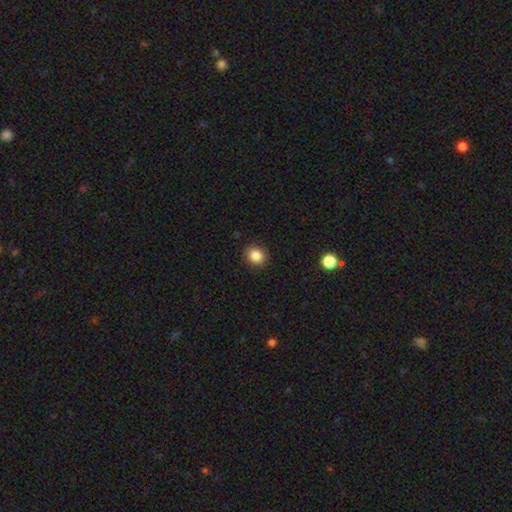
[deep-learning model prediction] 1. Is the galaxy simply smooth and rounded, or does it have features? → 86% smooth, 10% star or artifact, 4% featured or disk.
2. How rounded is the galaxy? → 77% round, 22% in between, 1% cigar-shaped.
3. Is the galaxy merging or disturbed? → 91% none, 6% minor disturbance, 2% major disturbance, 1% merger.